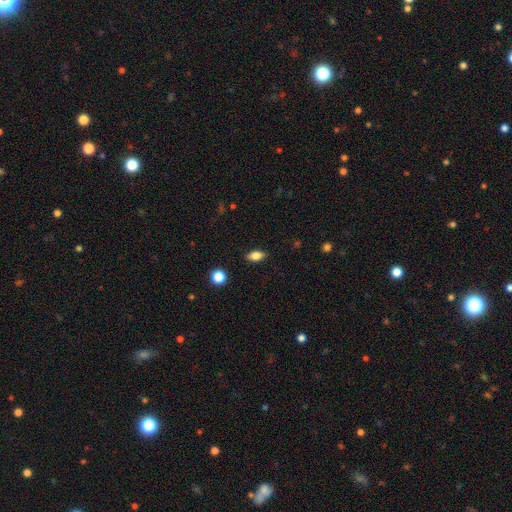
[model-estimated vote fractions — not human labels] This appears to be a smooth galaxy with no disk features (80%) that is in between round and cigar-shaped (86%). Merging: none (88%).